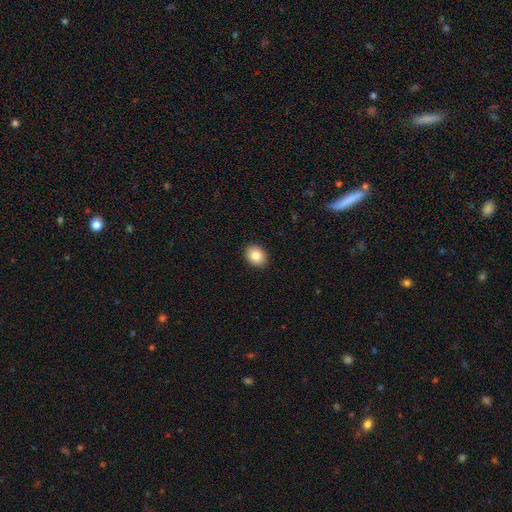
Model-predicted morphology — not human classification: Smooth or featured?
  - smooth: 84% *
  - featured or disk: 8%
  - star or artifact: 8%
How rounded?
  - in between: 61% *
  - round: 38%
  - cigar-shaped: 1%
Merging?
  - none: 91% *
  - minor disturbance: 6%
  - major disturbance: 2%
  - merger: 1%